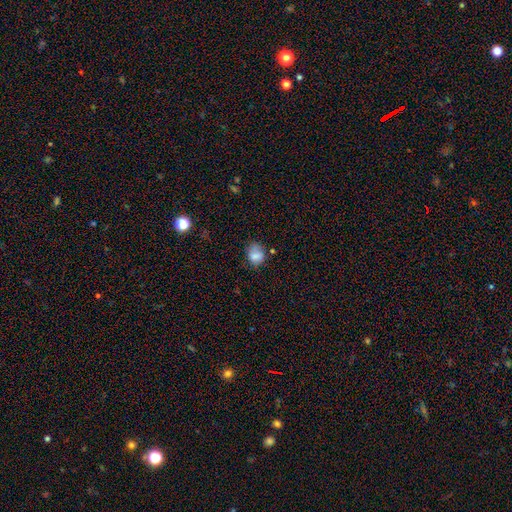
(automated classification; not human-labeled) Smooth or featured? Predicted: smooth (p=0.76). How rounded? Predicted: in between (p=0.51). Merging? Predicted: none (p=0.53).